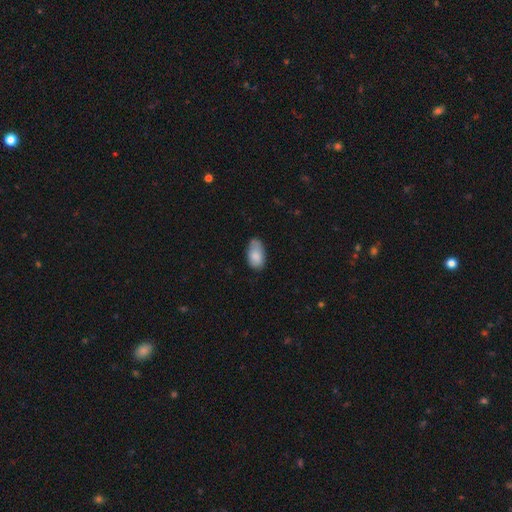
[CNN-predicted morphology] smooth 83%, featured or disk 10%, star or artifact 7%. Down the decision tree: how rounded — in between (94%); merging — none (60%).